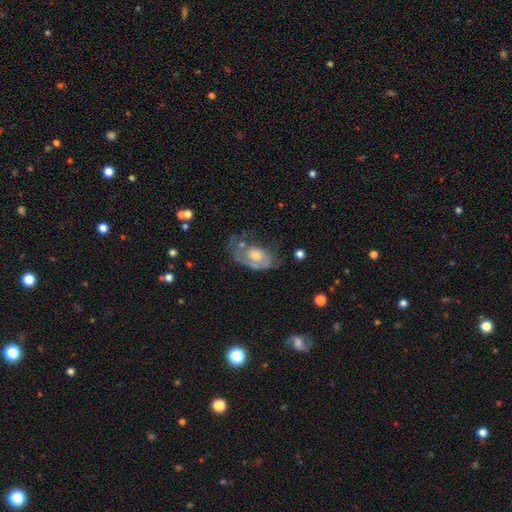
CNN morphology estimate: smooth-or-featured: featured or disk: 61% | smooth: 32% | star or artifact: 8%
  disk-edge-on: no: 94% | yes: 6%
    bar: no: 81% | weak: 16% | strong: 3%
    has-spiral-arms: yes: 62% | no: 38%
    bulge-size: moderate: 64% | small: 18% | large: 14% | none: 2% | dominant: 2%
  merging: major disturbance: 38% | none: 33% | minor disturbance: 25% | merger: 4%